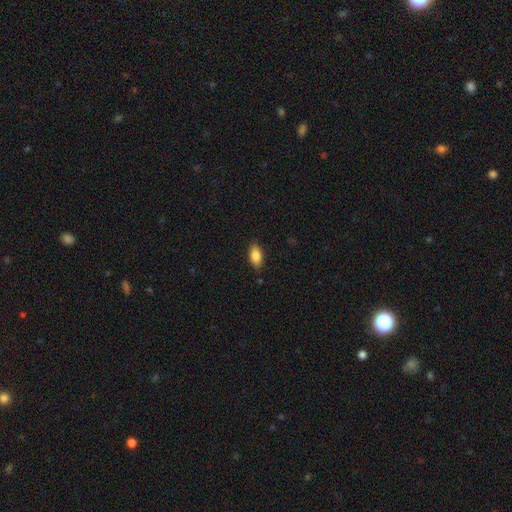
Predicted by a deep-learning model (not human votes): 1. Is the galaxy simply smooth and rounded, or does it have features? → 86% smooth, 7% featured or disk, 7% star or artifact.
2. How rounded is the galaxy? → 90% in between, 6% cigar-shaped, 4% round.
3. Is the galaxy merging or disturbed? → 86% none, 10% minor disturbance, 2% major disturbance, 1% merger.